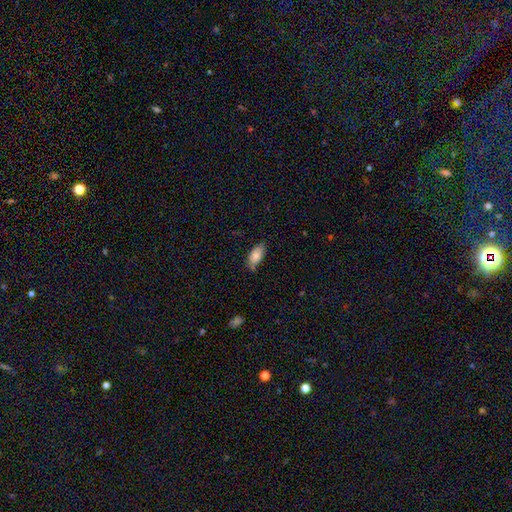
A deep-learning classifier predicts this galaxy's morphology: This appears to be a smooth galaxy with no disk features (82%) that is in between round and cigar-shaped (91%). Merging: none (64%).